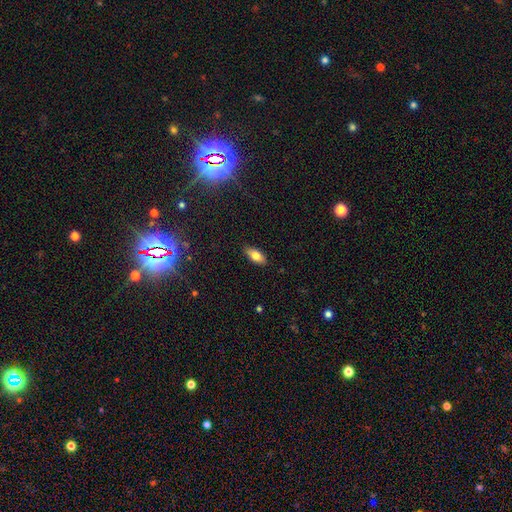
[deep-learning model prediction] Smooth or featured: smooth — 77% (featured or disk — 16%)
How rounded: in between — 86% (cigar-shaped — 11%)
Merging: none — 88% (minor disturbance — 10%)